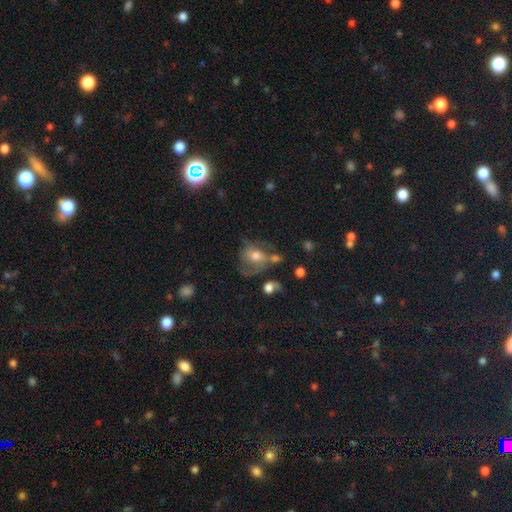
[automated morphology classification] Smooth or featured: smooth — 45% (featured or disk — 44%)
Merging: none — 36% (major disturbance — 26%)